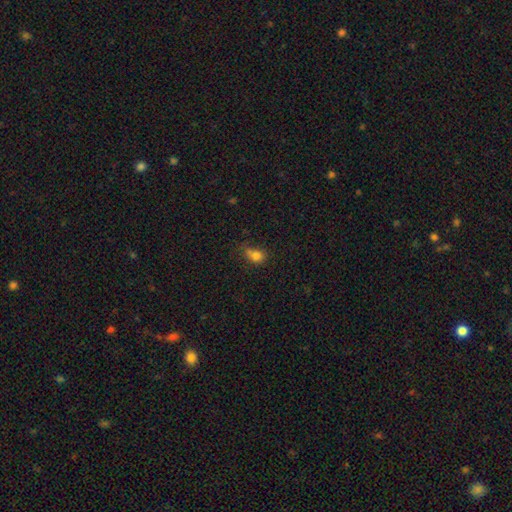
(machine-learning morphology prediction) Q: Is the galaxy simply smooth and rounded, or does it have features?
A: smooth — 78%.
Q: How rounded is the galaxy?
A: round — 53%.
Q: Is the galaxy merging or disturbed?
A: none — 41%.